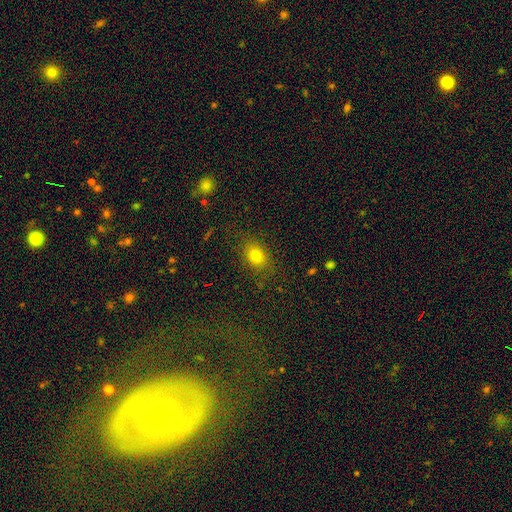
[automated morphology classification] A smooth galaxy with no disk features (76%) that is in between round and cigar-shaped (62%).

Vote fractions:
- Smooth or featured? smooth: 76% / star or artifact: 15% / featured or disk: 9%
- How rounded? in between: 62% / round: 37% / cigar-shaped: 2%
- Merging? none: 81% / minor disturbance: 12% / major disturbance: 5% / merger: 2%